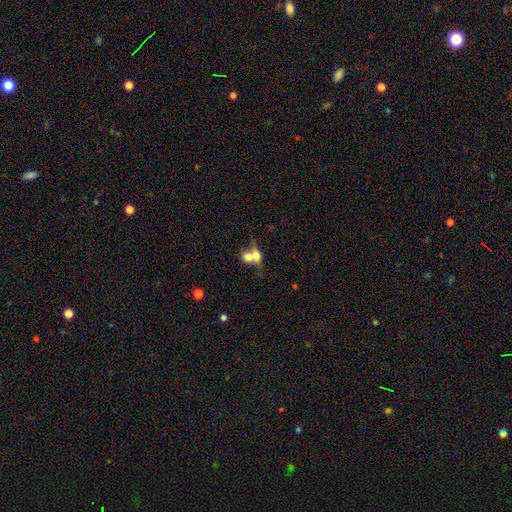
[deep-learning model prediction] A smooth galaxy with no disk features (65%) that is in between round and cigar-shaped (52%). Merging: merger (69%).